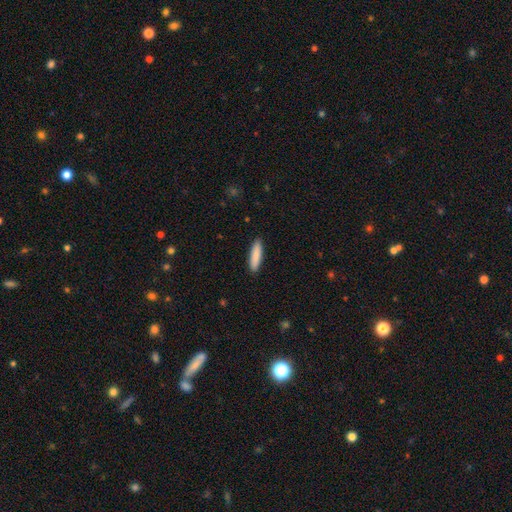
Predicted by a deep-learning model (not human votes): Q: Smooth or featured?
A: smooth (87%); runner-up: featured or disk (8%)
Q: How rounded?
A: cigar-shaped (77%); runner-up: in between (21%)
Q: Merging?
A: none (91%); runner-up: minor disturbance (7%)